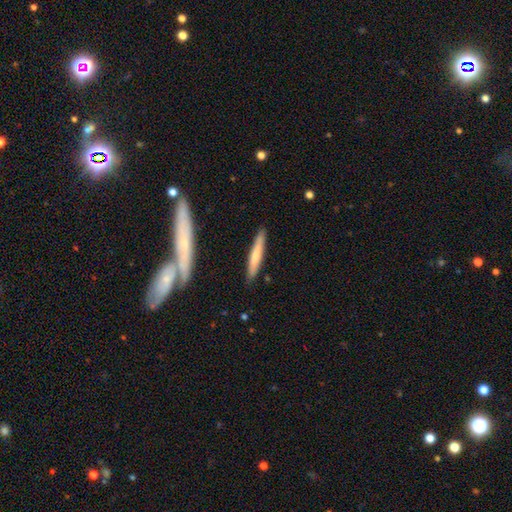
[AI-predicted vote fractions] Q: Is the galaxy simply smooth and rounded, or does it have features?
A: smooth — 64%.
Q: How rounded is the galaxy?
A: cigar-shaped — 92%.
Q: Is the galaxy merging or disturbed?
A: none — 86%.